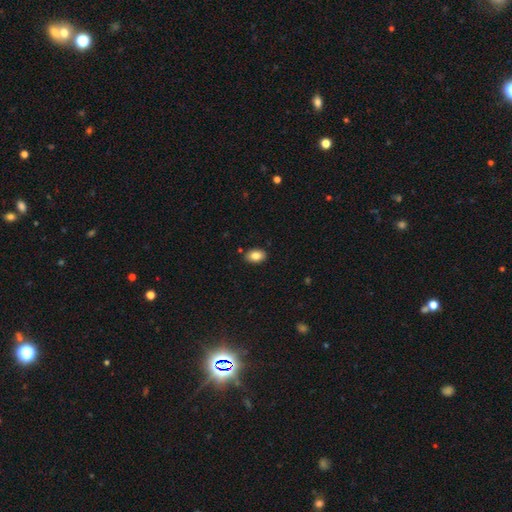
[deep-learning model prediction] Overall: smooth (84%). How rounded: in between (88%). Merging: none (88%).